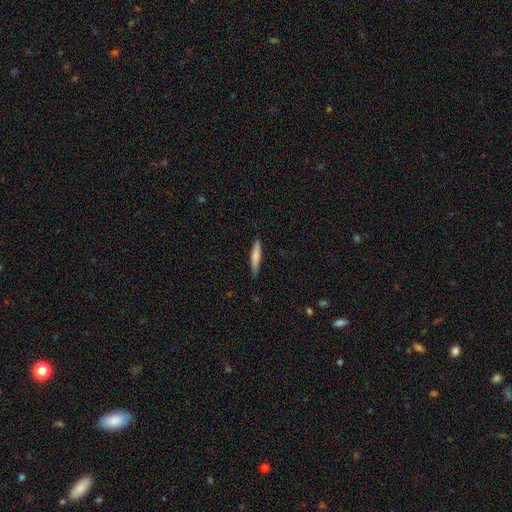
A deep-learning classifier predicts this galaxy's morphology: smooth 77%, featured or disk 18%, star or artifact 6%. Down the decision tree: how rounded — cigar-shaped (90%); merging — none (86%).